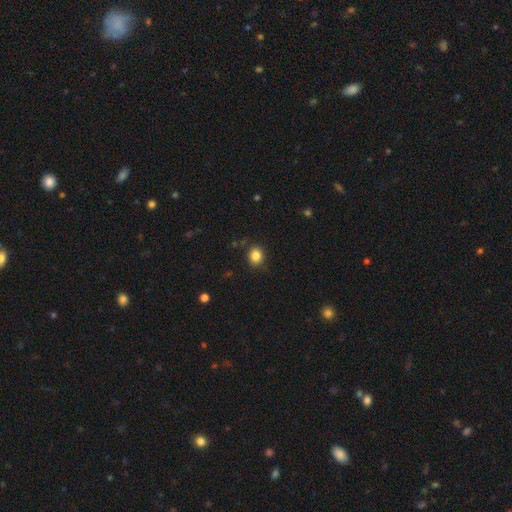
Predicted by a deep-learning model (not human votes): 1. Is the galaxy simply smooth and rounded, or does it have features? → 85% smooth, 10% star or artifact, 5% featured or disk.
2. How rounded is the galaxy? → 65% round, 34% in between, 1% cigar-shaped.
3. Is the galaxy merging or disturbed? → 86% none, 10% minor disturbance, 3% major disturbance, 2% merger.